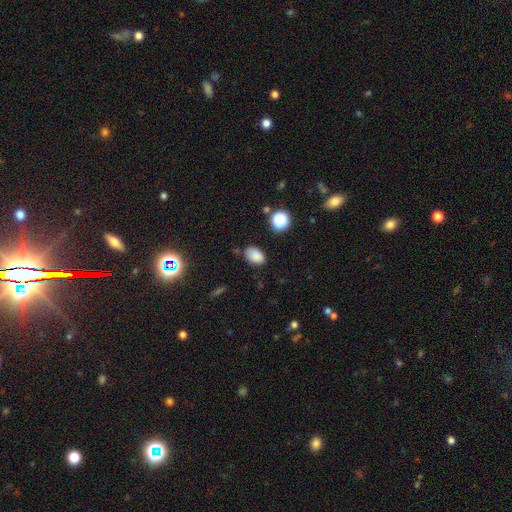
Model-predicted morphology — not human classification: Overall: smooth (83%). How rounded: in between (83%). Merging: none (74%).